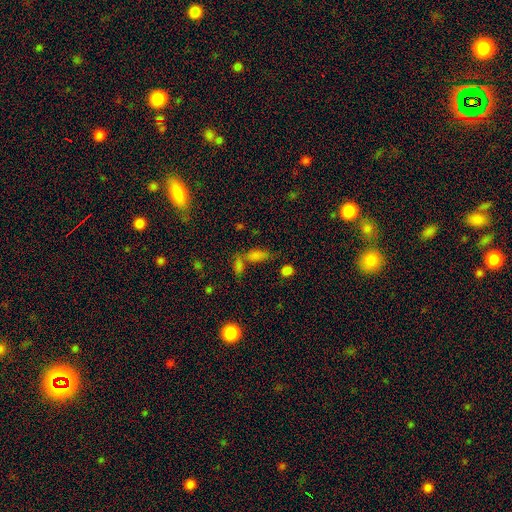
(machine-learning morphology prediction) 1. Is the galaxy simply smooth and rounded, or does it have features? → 74% smooth, 16% star or artifact, 9% featured or disk.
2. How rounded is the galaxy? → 75% in between, 20% cigar-shaped, 5% round.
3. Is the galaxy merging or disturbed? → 44% none, 37% merger, 13% minor disturbance, 7% major disturbance.